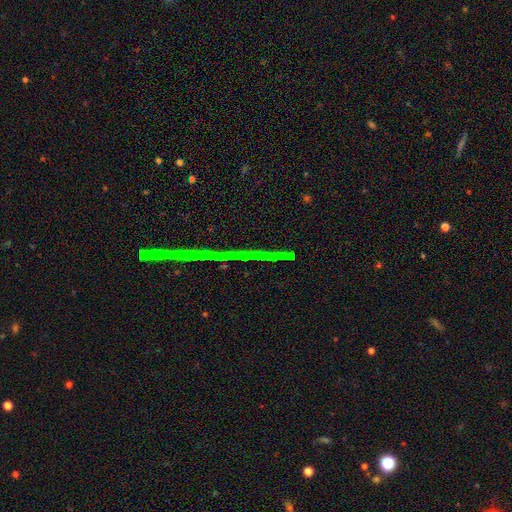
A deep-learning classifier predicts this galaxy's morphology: Smooth or featured? Predicted: star or artifact (p=0.77).